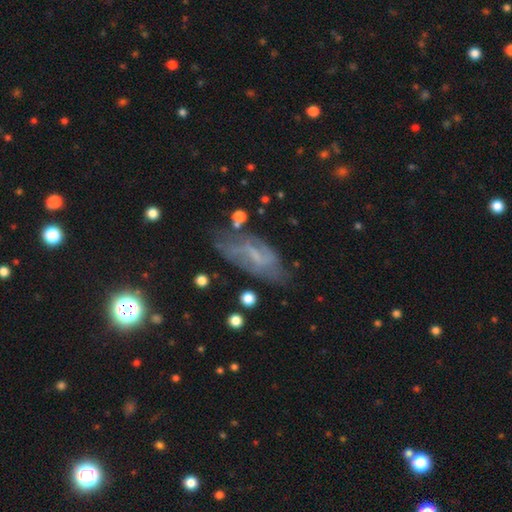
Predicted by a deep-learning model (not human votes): Smooth or featured? Predicted: featured or disk (p=0.62). Edge-on disk? Predicted: no (p=0.89). Bar? Predicted: weak (p=0.50). Spiral arms? Predicted: yes (p=0.72). Bulge size? Predicted: small (p=0.44). Merging? Predicted: none (p=0.59).